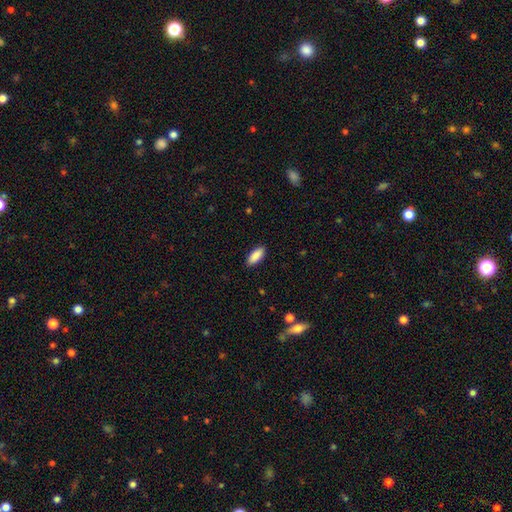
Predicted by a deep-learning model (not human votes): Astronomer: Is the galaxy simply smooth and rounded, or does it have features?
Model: smooth — 90%.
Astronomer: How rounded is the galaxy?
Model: in between — 80%.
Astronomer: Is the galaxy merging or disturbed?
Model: none — 90%.